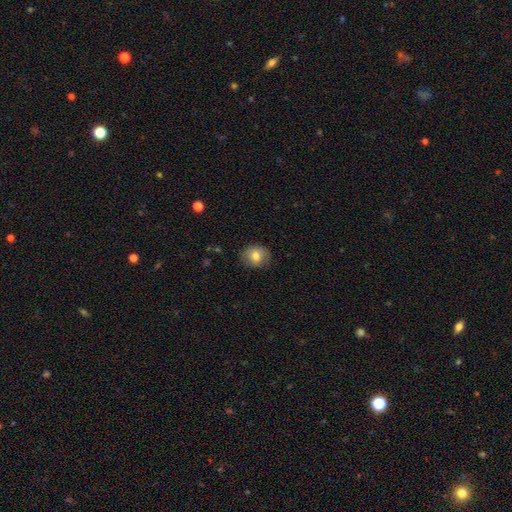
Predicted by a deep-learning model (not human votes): Q: Smooth or featured?
A: smooth (75%); runner-up: featured or disk (16%)
Q: How rounded?
A: round (71%); runner-up: in between (28%)
Q: Merging?
A: none (78%); runner-up: minor disturbance (17%)